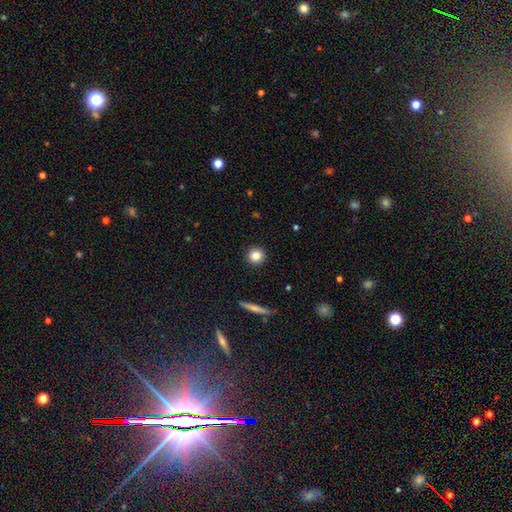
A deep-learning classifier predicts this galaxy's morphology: smooth-or-featured: smooth: 84% | star or artifact: 10% | featured or disk: 7%
  how-rounded: round: 94% | in between: 5% | cigar-shaped: 1%
  merging: none: 92% | minor disturbance: 5% | major disturbance: 2% | merger: 1%